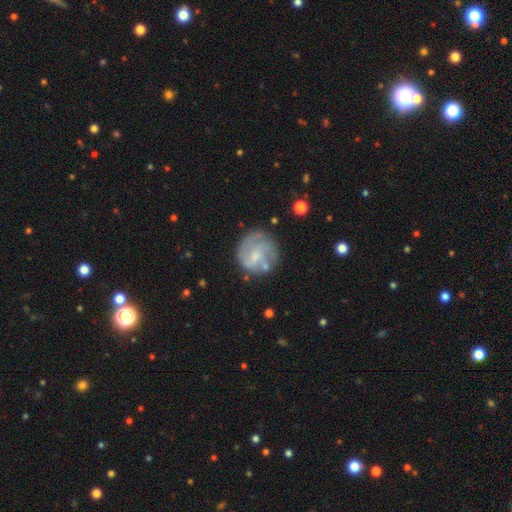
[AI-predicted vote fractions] Smooth or featured?
  - featured or disk: 55% *
  - smooth: 37%
  - star or artifact: 7%
Edge-on disk?
  - no: 98% *
  - yes: 2%
Bar?
  - no: 55% *
  - weak: 38%
  - strong: 6%
Spiral arms?
  - yes: 65% *
  - no: 35%
Bulge size?
  - small: 41% *
  - moderate: 34%
  - none: 21%
  - large: 3%
  - dominant: 1%
Merging?
  - none: 65% *
  - minor disturbance: 19%
  - major disturbance: 11%
  - merger: 5%